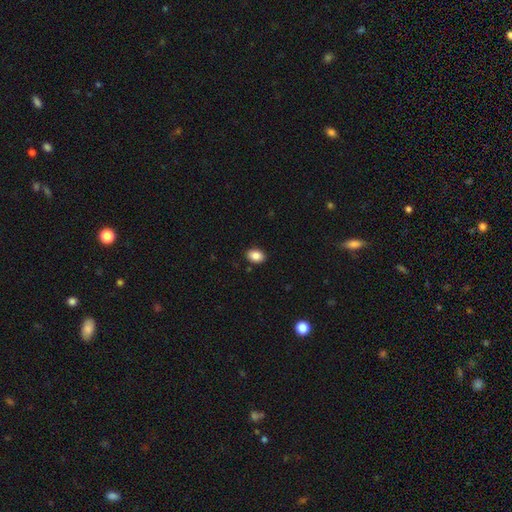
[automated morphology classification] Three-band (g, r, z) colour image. It shows a smooth galaxy with no disk features (87%) that is in between round and cigar-shaped (79%). Merging: none (89%).